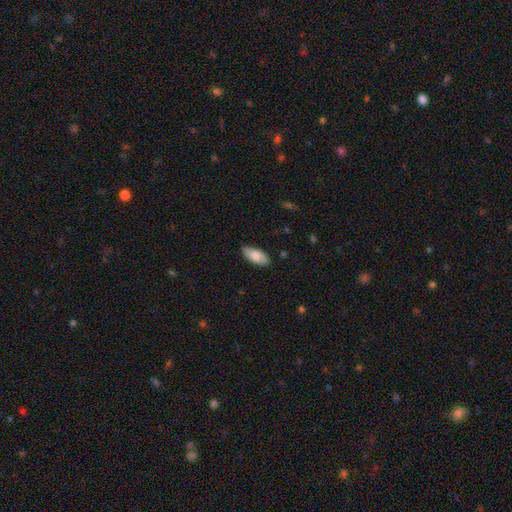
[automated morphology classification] The model was most divided on "merging": none: 78%, minor disturbance: 18%, major disturbance: 3%, merger: 1%. More confident: how rounded — in between (86%); smooth or featured — smooth (81%).